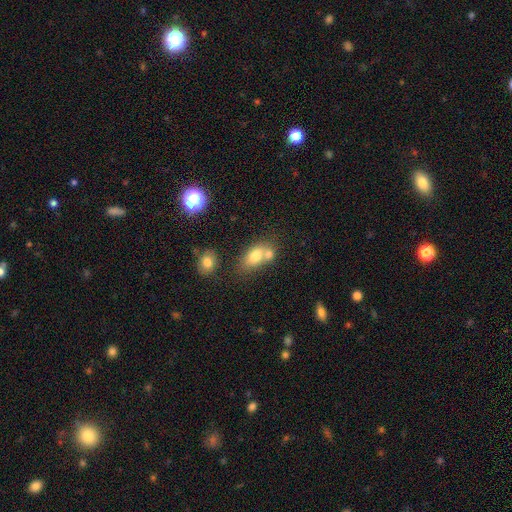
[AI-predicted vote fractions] Overall: smooth (73%). How rounded: in between (78%). Merging: merger (48%; none 36%).